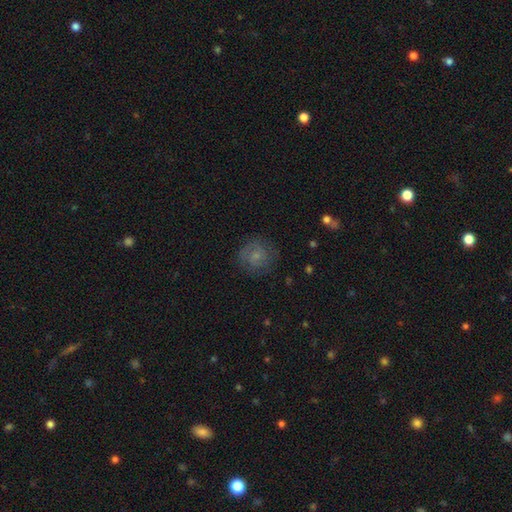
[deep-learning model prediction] Q: Smooth or featured?
A: smooth (60%); runner-up: featured or disk (29%)
Q: How rounded?
A: round (88%); runner-up: in between (11%)
Q: Merging?
A: none (76%); runner-up: minor disturbance (16%)